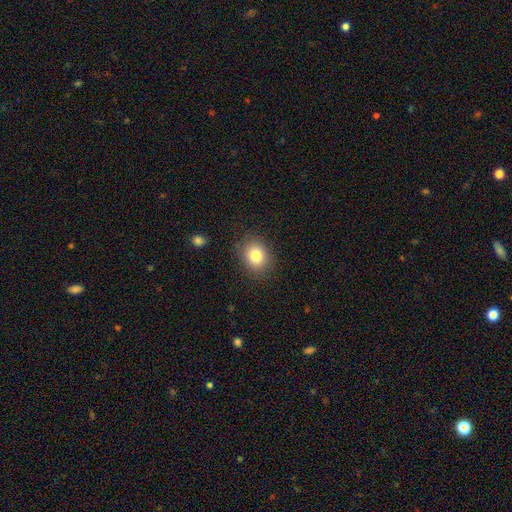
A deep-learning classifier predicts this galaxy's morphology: Q: Smooth or featured?
A: smooth (81%); runner-up: star or artifact (10%)
Q: How rounded?
A: round (59%); runner-up: in between (40%)
Q: Merging?
A: none (85%); runner-up: minor disturbance (10%)